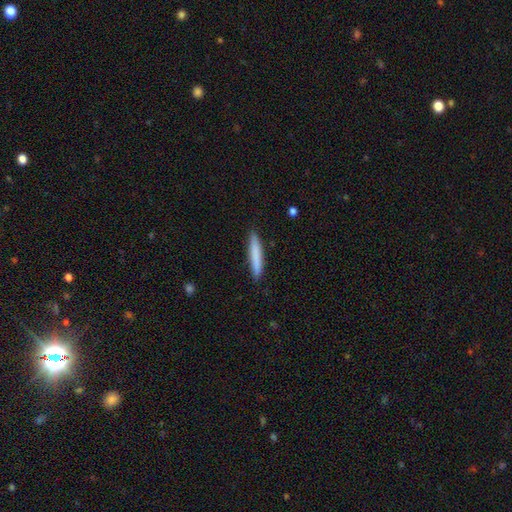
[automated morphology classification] A smooth galaxy with no disk features (79%) that is cigar-shaped (93%). Merging: none (89%).